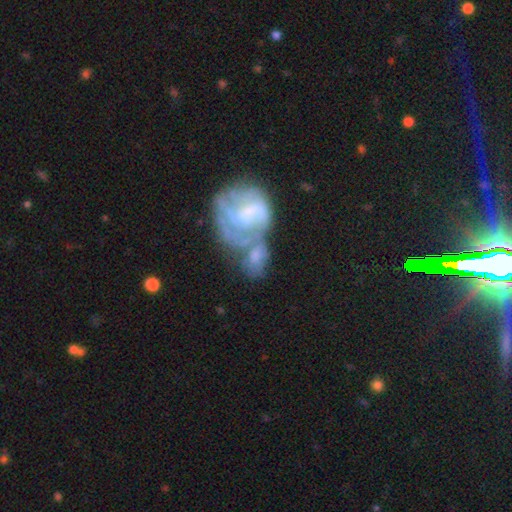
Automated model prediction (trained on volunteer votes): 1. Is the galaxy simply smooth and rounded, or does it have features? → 52% featured or disk, 39% smooth, 9% star or artifact.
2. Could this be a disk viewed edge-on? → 97% no, 3% yes.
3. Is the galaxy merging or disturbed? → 58% merger, 18% none, 14% major disturbance, 11% minor disturbance.